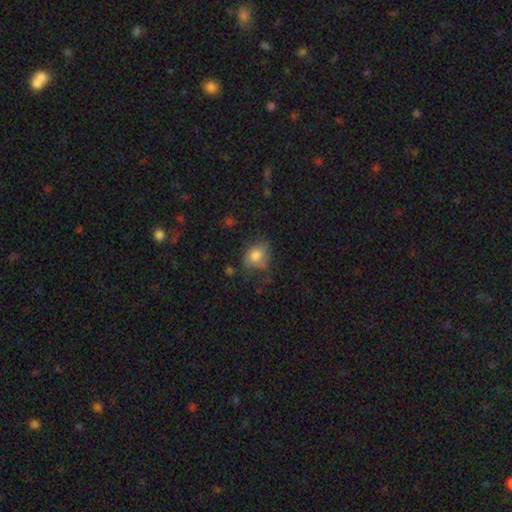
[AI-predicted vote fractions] smooth_or_featured: smooth (p=0.75) [alt: featured or disk p=0.16]
how_rounded: in between (p=0.59) [alt: round p=0.40]
merging: none (p=0.50) [alt: minor disturbance p=0.30]